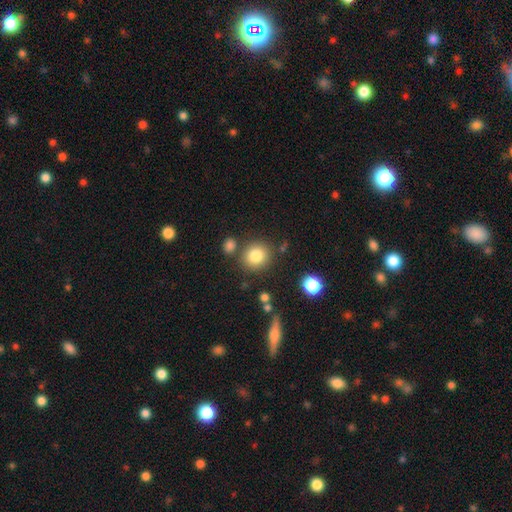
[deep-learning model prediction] smooth-or-featured: smooth: 83% | star or artifact: 10% | featured or disk: 7%
  how-rounded: round: 85% | in between: 14% | cigar-shaped: 1%
  merging: none: 78% | minor disturbance: 10% | merger: 8% | major disturbance: 4%